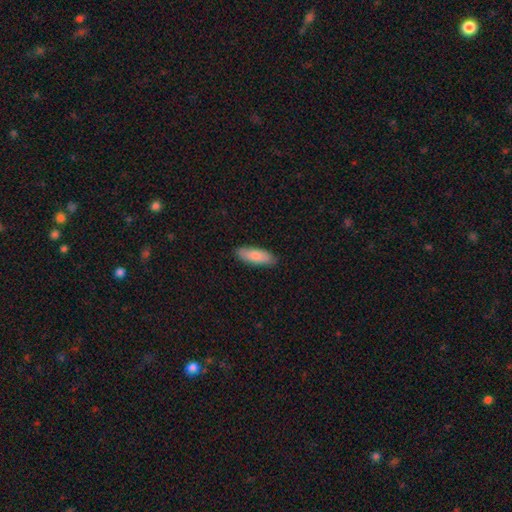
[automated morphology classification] This is clearly a smooth galaxy (86%). How rounded: likely in between (63%). Merging: clearly none (88%).